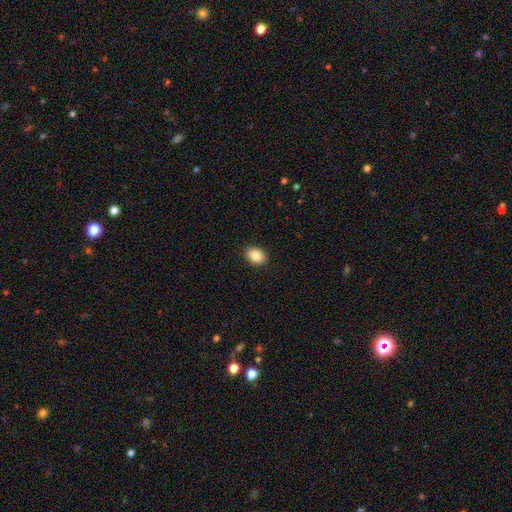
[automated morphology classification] A smooth galaxy with no disk features (87%) that is in between round and cigar-shaped (73%).

Vote fractions:
- Smooth or featured? smooth: 87% / star or artifact: 8% / featured or disk: 5%
- How rounded? in between: 73% / round: 26% / cigar-shaped: 1%
- Merging? none: 90% / minor disturbance: 7% / major disturbance: 2% / merger: 1%